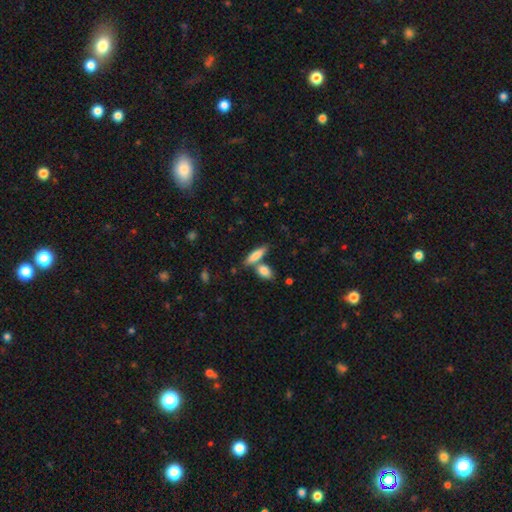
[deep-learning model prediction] This appears to be a smooth galaxy with no disk features (79%) that is cigar-shaped (57%). Merging: none (58%).